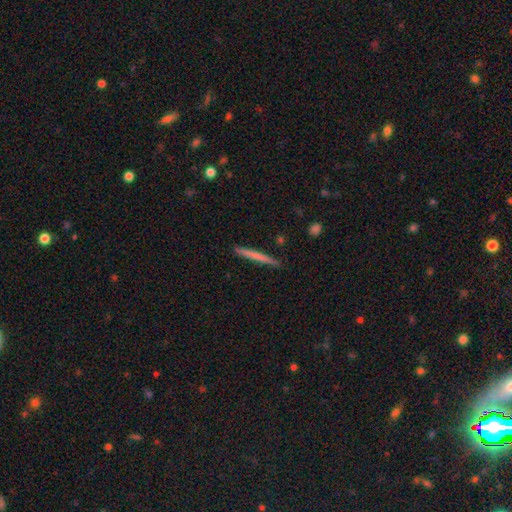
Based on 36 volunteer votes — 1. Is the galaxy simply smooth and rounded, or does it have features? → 50% featured or disk, 47% smooth, 3% star or artifact.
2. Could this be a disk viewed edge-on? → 94% yes, 6% no.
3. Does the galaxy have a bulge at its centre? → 94% none, 6% boxy, 0% rounded.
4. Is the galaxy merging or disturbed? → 89% none, 9% minor disturbance, 3% major disturbance, 0% merger.